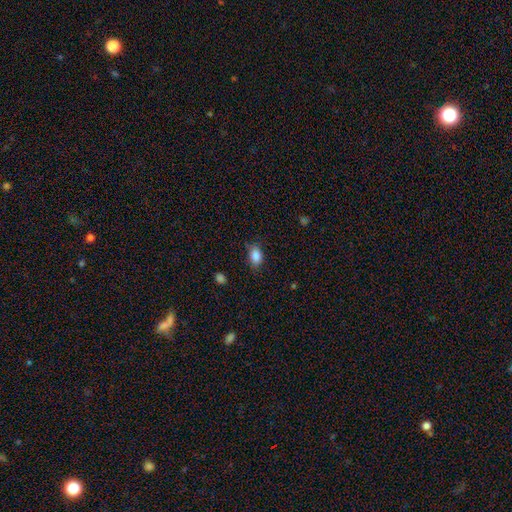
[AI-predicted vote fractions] smooth 86%, star or artifact 9%, featured or disk 5%. Down the decision tree: how rounded — in between (80%); merging — none (74%).